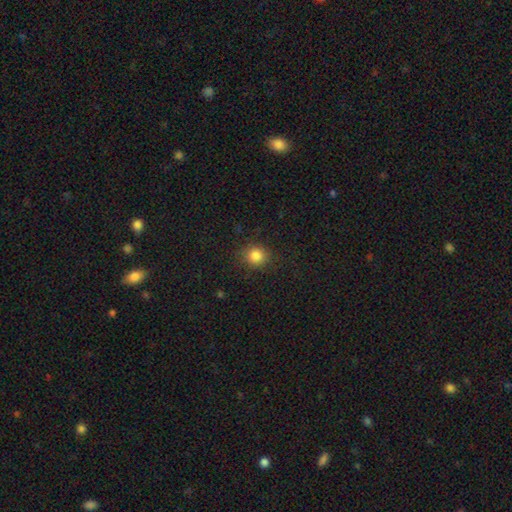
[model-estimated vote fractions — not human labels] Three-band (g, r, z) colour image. It shows a smooth galaxy with no disk features (84%) that is round (84%). Merging: none (87%).